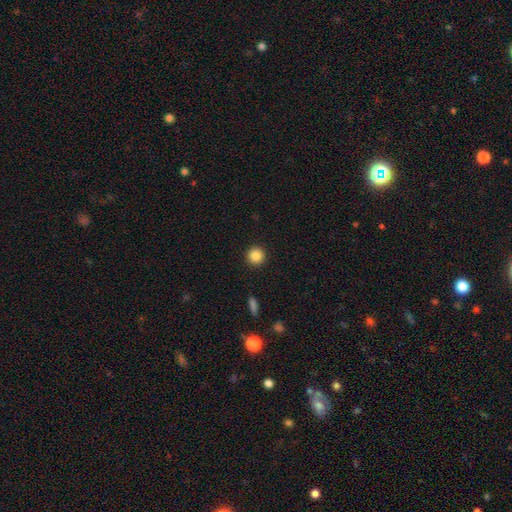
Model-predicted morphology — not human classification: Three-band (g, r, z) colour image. It shows a smooth galaxy with no disk features (86%) that is round (95%). Merging: none (93%).